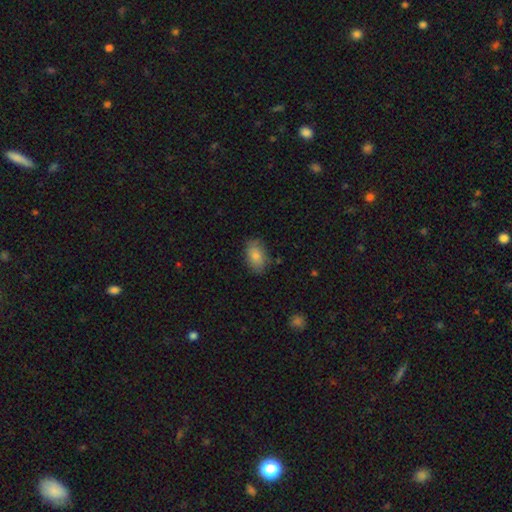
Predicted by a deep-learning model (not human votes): The model was most divided on "merging": none: 78%, minor disturbance: 17%, major disturbance: 4%, merger: 2%. More confident: how rounded — in between (89%); smooth or featured — smooth (83%).